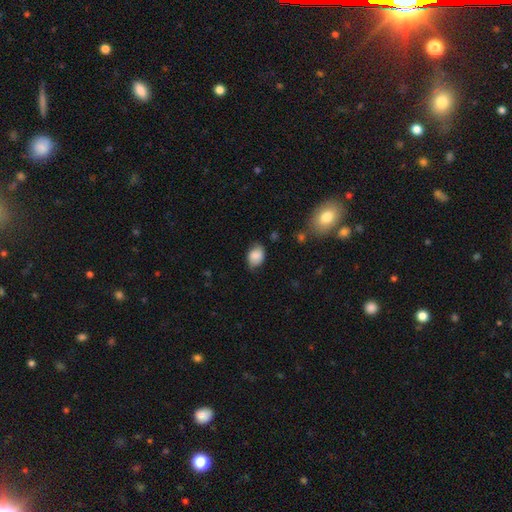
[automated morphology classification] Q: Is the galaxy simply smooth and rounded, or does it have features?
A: smooth — 79%.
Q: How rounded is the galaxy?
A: in between — 74%.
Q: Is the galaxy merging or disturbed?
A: none — 66%.